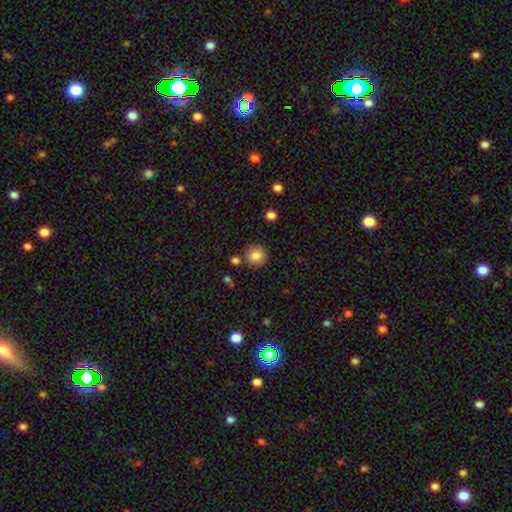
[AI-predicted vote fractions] A smooth galaxy with no disk features (84%) that is round (91%). Merging: none (84%).